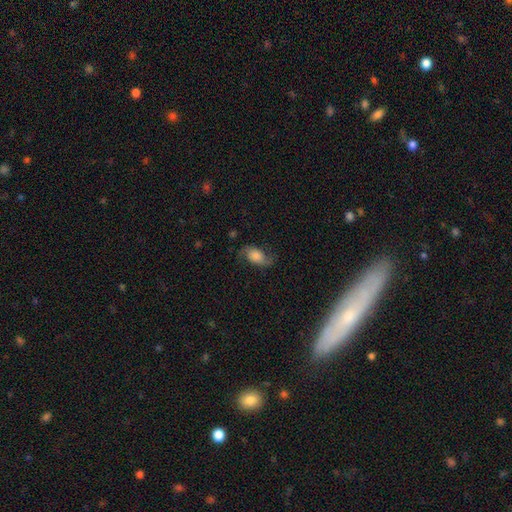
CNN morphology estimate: Smooth or featured? featured or disk (60%)
Edge-on disk? no (95%)
Bar? no (66%)
Spiral arms? yes (93%)
Spiral winding? loose (64%)
Spiral arm count? 2 (92%)
Bulge size? large (38%)
Merging? none (71%)